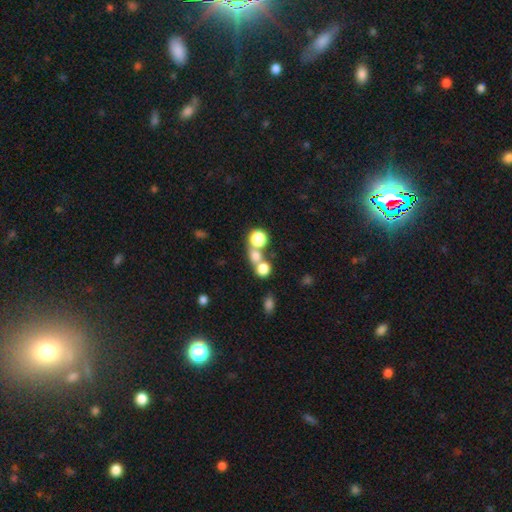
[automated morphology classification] Smooth or featured?
  - smooth: 70% *
  - star or artifact: 18%
  - featured or disk: 12%
How rounded?
  - round: 82% *
  - in between: 17%
  - cigar-shaped: 2%
Merging?
  - merger: 46% *
  - none: 43%
  - minor disturbance: 6%
  - major disturbance: 4%